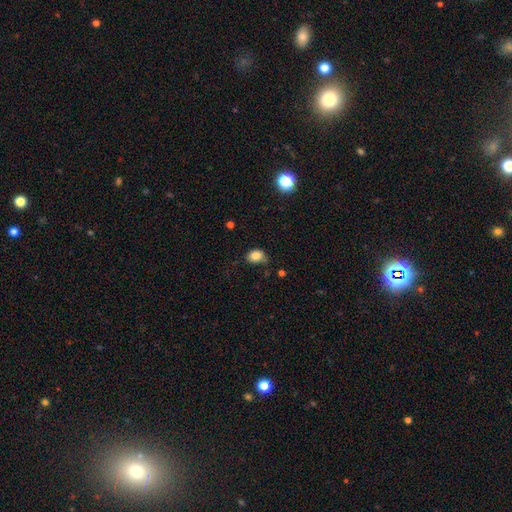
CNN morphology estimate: Q: Smooth or featured?
A: smooth (84%); runner-up: star or artifact (10%)
Q: How rounded?
A: in between (65%); runner-up: round (34%)
Q: Merging?
A: none (62%); runner-up: minor disturbance (28%)